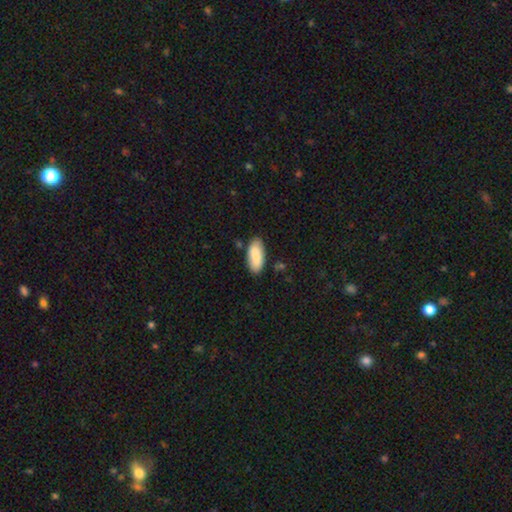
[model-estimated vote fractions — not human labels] A smooth galaxy with no disk features (86%) that is in between round and cigar-shaped (85%).

Vote fractions:
- Smooth or featured? smooth: 86% / featured or disk: 9% / star or artifact: 6%
- How rounded? in between: 85% / cigar-shaped: 13% / round: 2%
- Merging? none: 80% / minor disturbance: 14% / major disturbance: 3% / merger: 3%